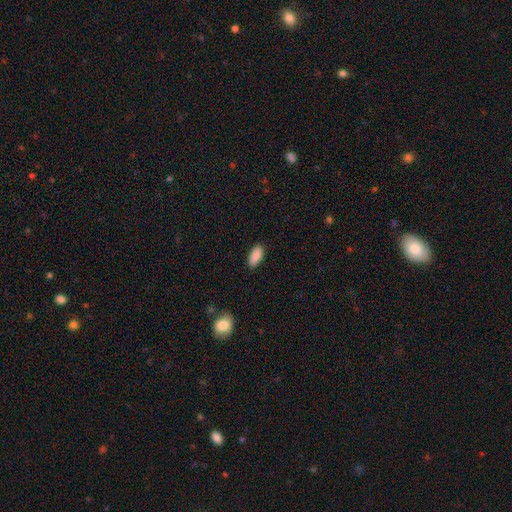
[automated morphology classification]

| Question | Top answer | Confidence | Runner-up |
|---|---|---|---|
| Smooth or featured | smooth | 89% | star or artifact (7%) |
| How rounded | in between | 89% | cigar-shaped (9%) |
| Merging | none | 88% | minor disturbance (9%) |